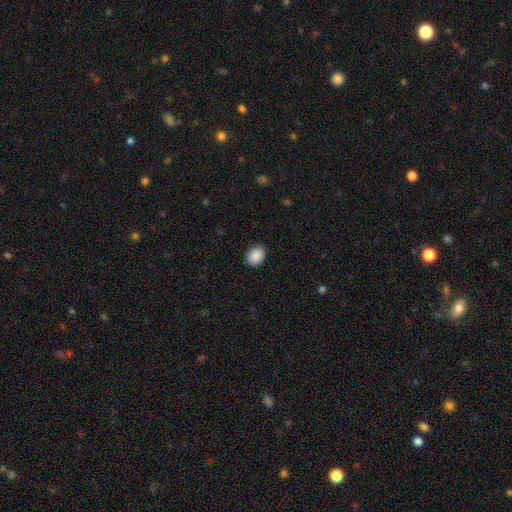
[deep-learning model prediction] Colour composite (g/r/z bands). It shows a smooth galaxy with no disk features (90%) that is in between round and cigar-shaped (53%). Merging: none (89%).